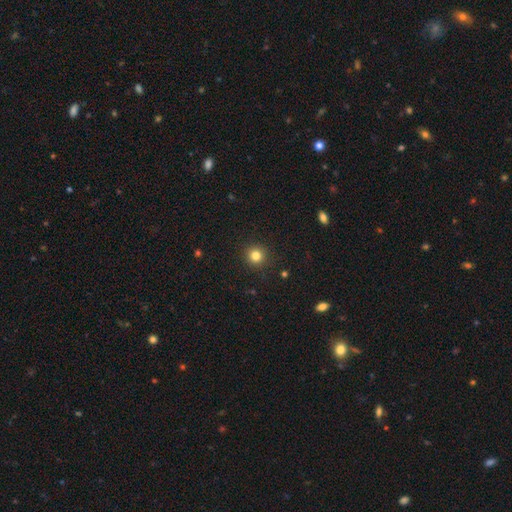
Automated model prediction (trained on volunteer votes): The model was most divided on "smooth or featured": smooth: 82%, star or artifact: 13%, featured or disk: 5%. More confident: how rounded — round (95%); merging — none (92%).